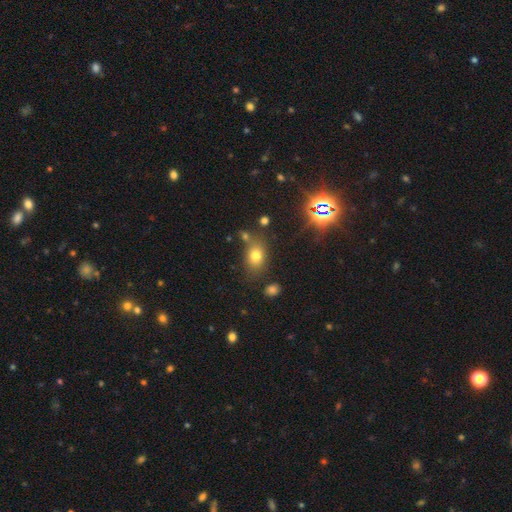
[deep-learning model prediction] Q: Smooth or featured?
A: smooth (74%); runner-up: star or artifact (15%)
Q: How rounded?
A: in between (69%); runner-up: round (29%)
Q: Merging?
A: none (67%); runner-up: minor disturbance (16%)